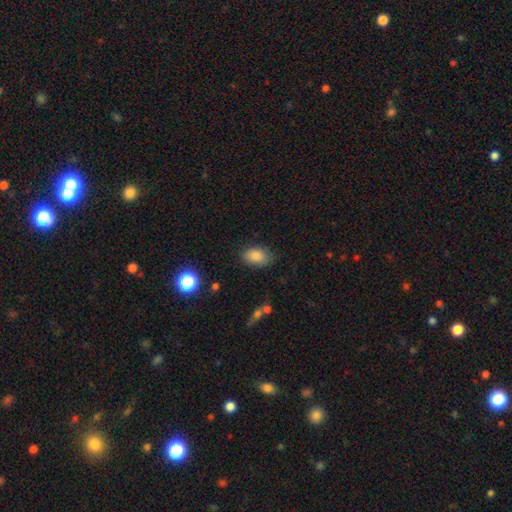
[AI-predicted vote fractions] A smooth galaxy with no disk features (85%) that is in between round and cigar-shaped (88%). Merging: none (80%).